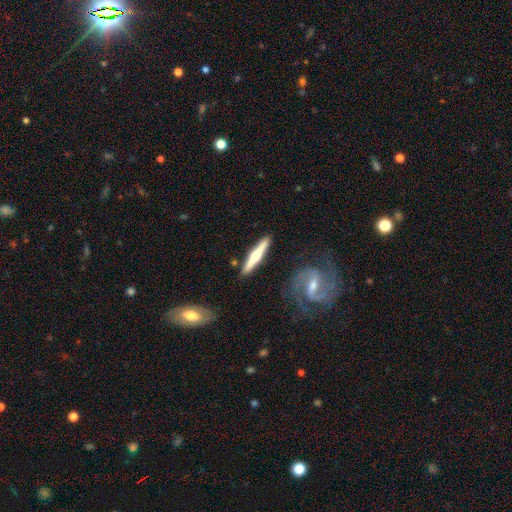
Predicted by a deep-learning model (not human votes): Smooth or featured?
  - featured or disk: 61% *
  - smooth: 34%
  - star or artifact: 5%
Edge-on disk?
  - yes: 95% *
  - no: 5%
Edge-on bulge?
  - rounded: 87% *
  - none: 8%
  - boxy: 5%
Merging?
  - none: 87% *
  - minor disturbance: 8%
  - merger: 3%
  - major disturbance: 2%